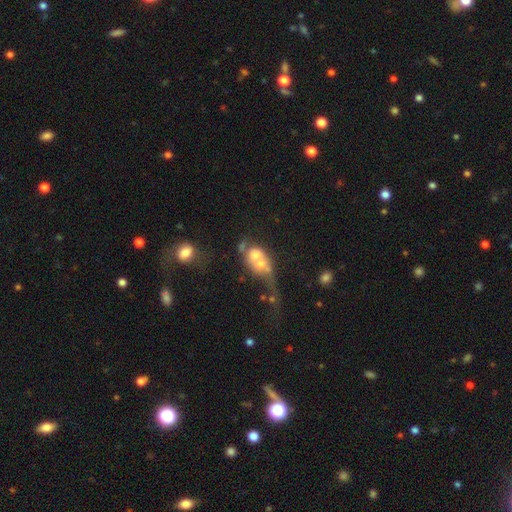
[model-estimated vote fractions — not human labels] Overall: smooth (54%; featured or disk 34%). How rounded: in between (53%; round 44%). Merging: merger (66%).